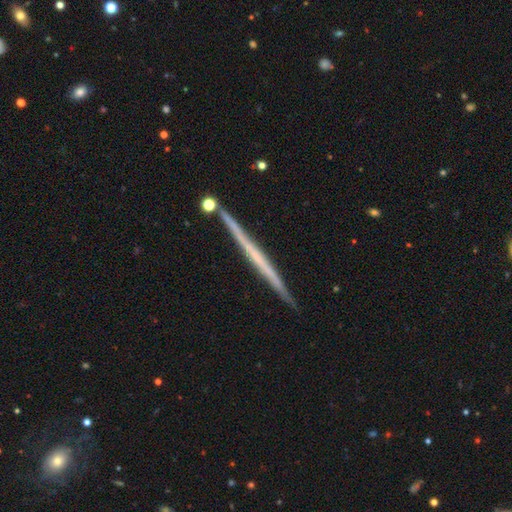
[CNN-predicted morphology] featured or disk 64%, smooth 29%, star or artifact 6%. Down the decision tree: edge-on disk — yes (98%); edge-on bulge — none (88%); merging — none (89%).